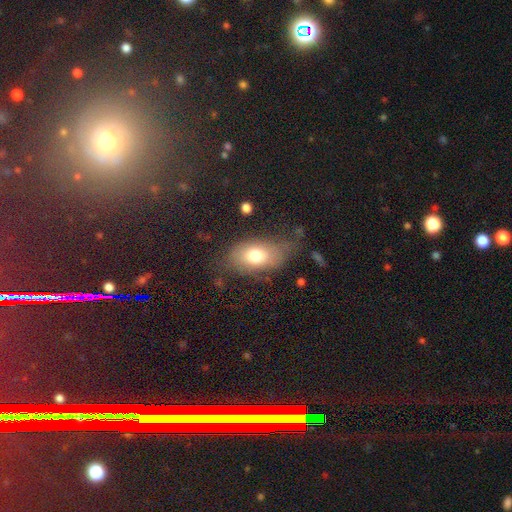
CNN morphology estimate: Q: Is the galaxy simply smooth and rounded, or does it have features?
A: smooth — 72%.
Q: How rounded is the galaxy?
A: in between — 87%.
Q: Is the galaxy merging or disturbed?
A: none — 56%.